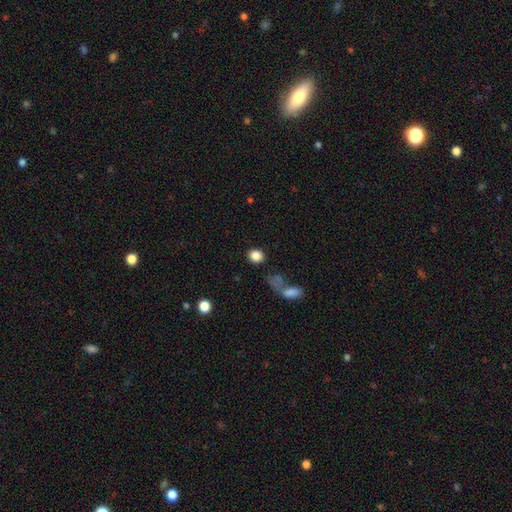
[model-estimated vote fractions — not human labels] A smooth galaxy with no disk features (85%) that is round (72%). Merging: none (80%).